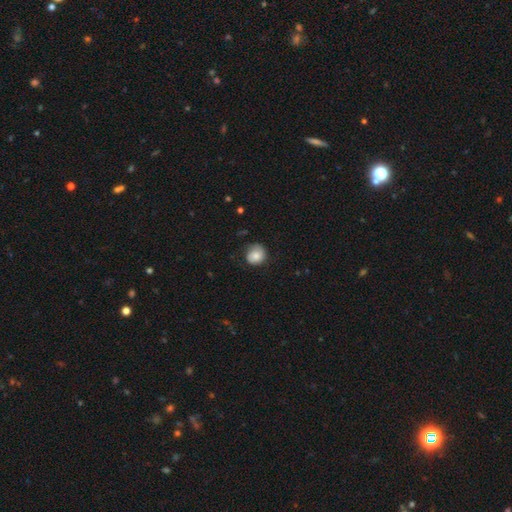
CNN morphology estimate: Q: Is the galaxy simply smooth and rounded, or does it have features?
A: smooth — 76%.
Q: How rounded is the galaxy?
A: round — 81%.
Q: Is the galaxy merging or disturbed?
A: none — 66%.